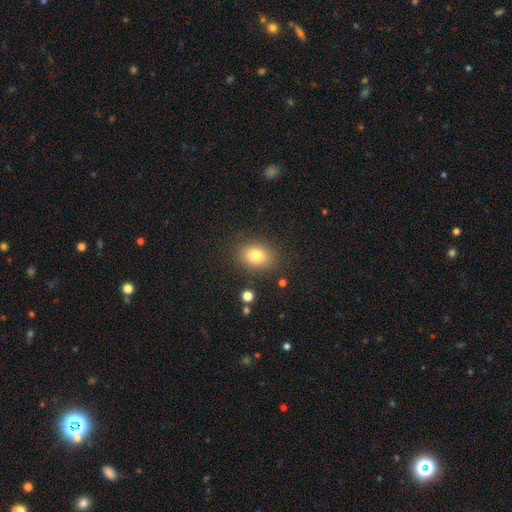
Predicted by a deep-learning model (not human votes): Q: Smooth or featured?
A: smooth (79%); runner-up: star or artifact (11%)
Q: How rounded?
A: in between (60%); runner-up: round (39%)
Q: Merging?
A: none (85%); runner-up: minor disturbance (9%)